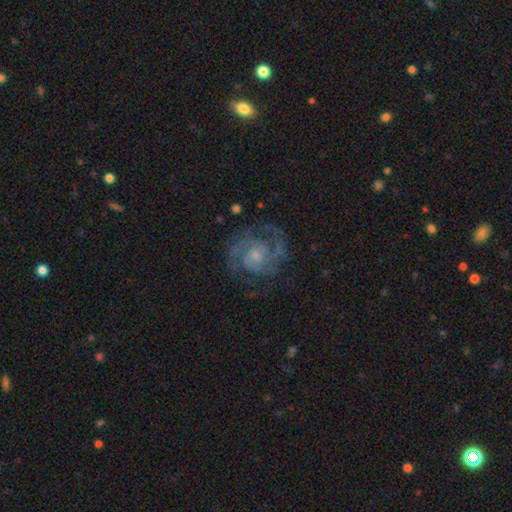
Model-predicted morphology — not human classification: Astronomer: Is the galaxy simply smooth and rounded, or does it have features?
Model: featured or disk — 90%.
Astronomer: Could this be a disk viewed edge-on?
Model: no — 98%.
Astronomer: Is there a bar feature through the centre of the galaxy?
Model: no — 69%.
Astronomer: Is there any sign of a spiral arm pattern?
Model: yes — 98%.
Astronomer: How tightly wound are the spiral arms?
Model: medium — 47% (runner-up: tight, 46%).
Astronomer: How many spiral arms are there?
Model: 2 — 70%.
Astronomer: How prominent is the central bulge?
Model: small — 65%.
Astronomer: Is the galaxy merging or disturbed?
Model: none — 75%.